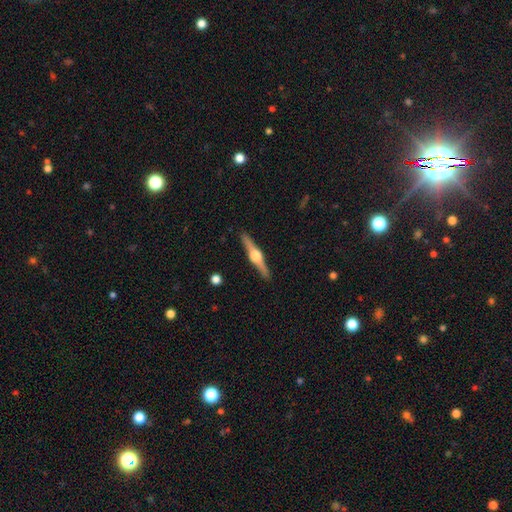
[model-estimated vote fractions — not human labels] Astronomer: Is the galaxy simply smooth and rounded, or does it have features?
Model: featured or disk — 80%.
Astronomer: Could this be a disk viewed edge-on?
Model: yes — 98%.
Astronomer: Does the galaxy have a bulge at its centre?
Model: rounded — 95%.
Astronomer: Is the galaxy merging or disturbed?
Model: none — 91%.